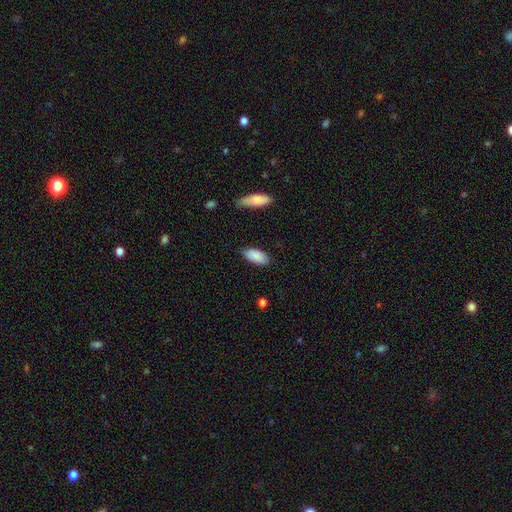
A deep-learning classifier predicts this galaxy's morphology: type=smooth (88%); roundness=in between (91%); merging=none (77%).